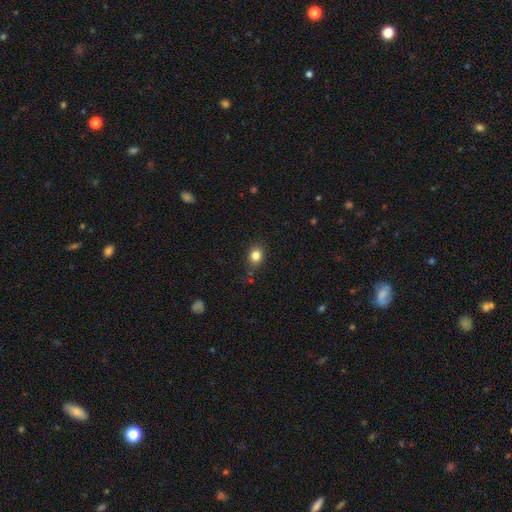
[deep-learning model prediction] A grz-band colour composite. It shows a smooth galaxy with no disk features (82%) that is round (56%). Merging: none (82%).